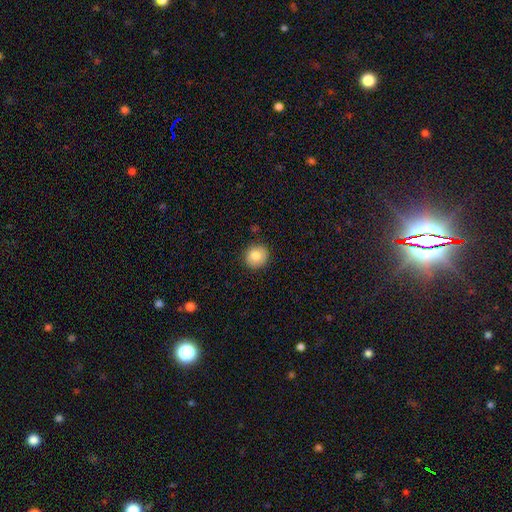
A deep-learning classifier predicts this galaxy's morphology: smooth 80%, featured or disk 11%, star or artifact 9%. Down the decision tree: how rounded — round (91%); merging — none (90%).